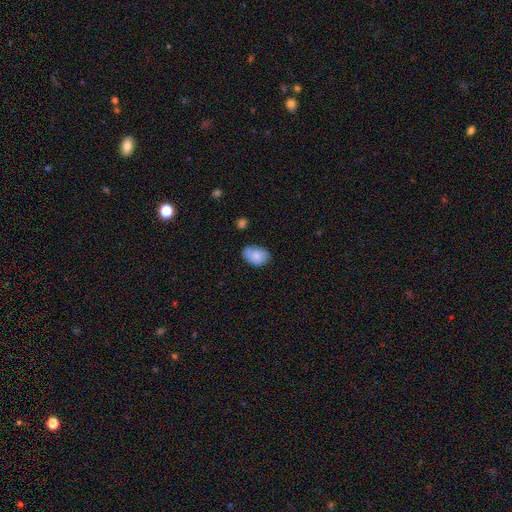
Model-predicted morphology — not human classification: smooth-or-featured: smooth: 80% | featured or disk: 13% | star or artifact: 7%
  how-rounded: in between: 82% | round: 17% | cigar-shaped: 1%
  merging: none: 63% | minor disturbance: 27% | merger: 6% | major disturbance: 5%